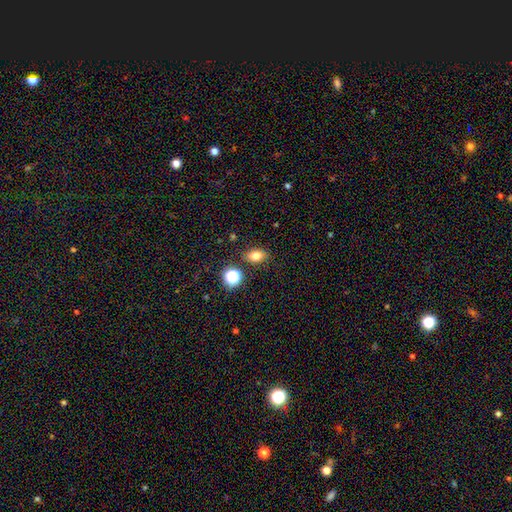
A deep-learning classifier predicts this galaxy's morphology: smooth 75%, star or artifact 14%, featured or disk 11%. Down the decision tree: how rounded — in between (75%); merging — none (83%).